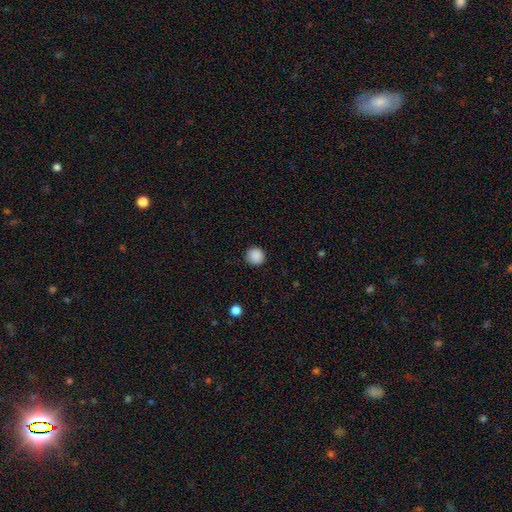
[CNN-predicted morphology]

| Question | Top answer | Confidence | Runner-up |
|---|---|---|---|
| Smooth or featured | smooth | 89% | star or artifact (9%) |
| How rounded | round | 93% | in between (6%) |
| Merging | none | 91% | minor disturbance (6%) |